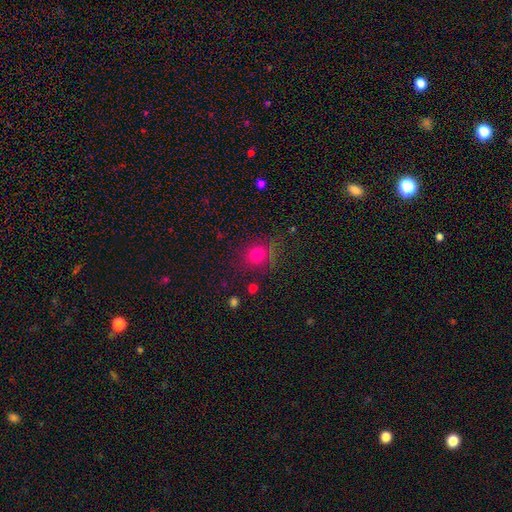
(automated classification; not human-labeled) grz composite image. It shows a smooth galaxy with no disk features (70%) that is round (76%). Merging: none (79%).